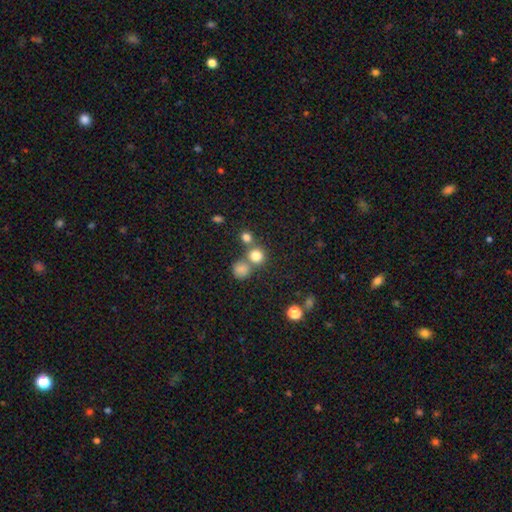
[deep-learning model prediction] smooth_or_featured: smooth (p=0.79) [alt: star or artifact p=0.14]
how_rounded: round (p=0.88) [alt: in between p=0.11]
merging: none (p=0.59) [alt: merger p=0.30]